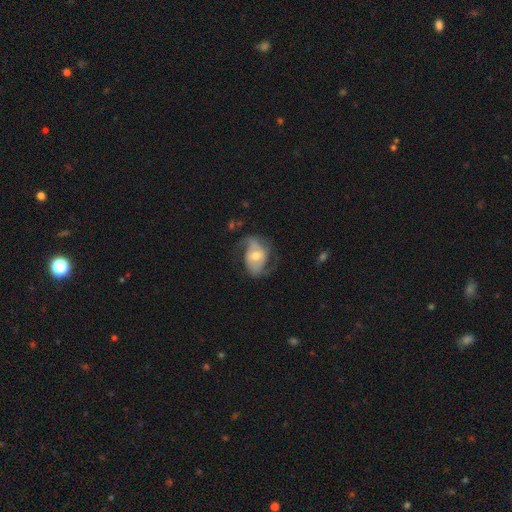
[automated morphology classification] Smooth or featured?
  - featured or disk: 72% *
  - smooth: 22%
  - star or artifact: 6%
Edge-on disk?
  - no: 96% *
  - yes: 4%
Bar?
  - no: 50% *
  - weak: 37%
  - strong: 13%
Spiral arms?
  - yes: 87% *
  - no: 13%
Spiral winding?
  - medium: 42% * (tied)
  - loose: 42% * (tied)
  - tight: 16%
Spiral arm count?
  - 2: 83% *
  - can't tell: 7%
  - 1: 6%
  - 3: 2%
  - 4: 1%
  - more than 4: 1%
Bulge size?
  - moderate: 66% *
  - small: 23%
  - large: 9%
  - none: 2%
  - dominant: 1%
Merging?
  - none: 57% *
  - minor disturbance: 22%
  - major disturbance: 19%
  - merger: 2%